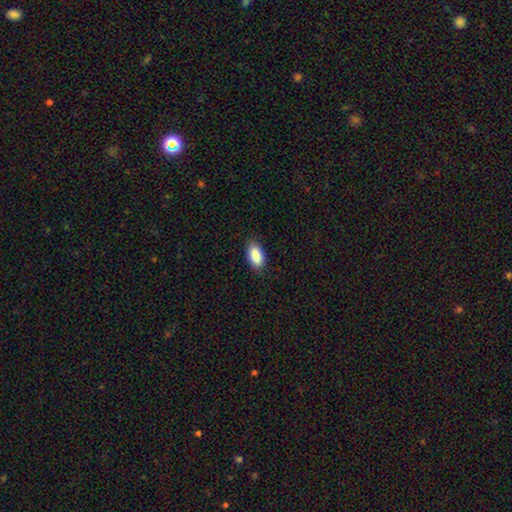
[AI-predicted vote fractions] This appears to be a smooth galaxy with no disk features (90%) that is in between round and cigar-shaped (94%). Merging: none (86%).